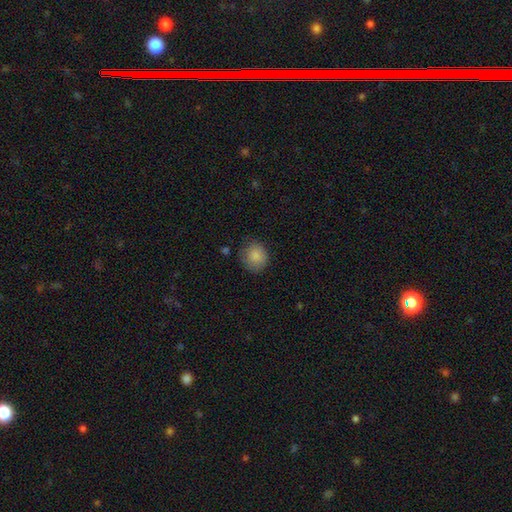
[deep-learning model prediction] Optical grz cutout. It shows a smooth galaxy with no disk features (86%) that is round (80%). Merging: none (78%).